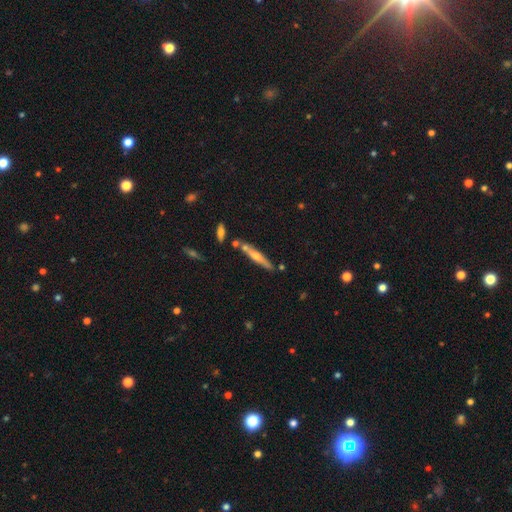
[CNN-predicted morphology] Overall: featured or disk (52%; smooth 42%). Edge-on disk: yes (93%). Merging: none (76%).